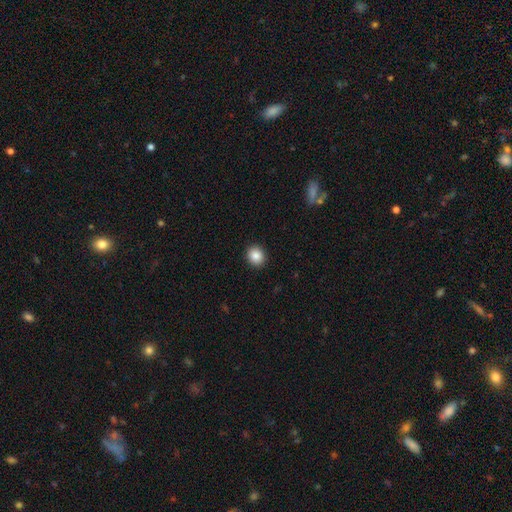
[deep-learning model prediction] smooth 86%, star or artifact 9%, featured or disk 5%. Down the decision tree: how rounded — round (76%); merging — none (92%).